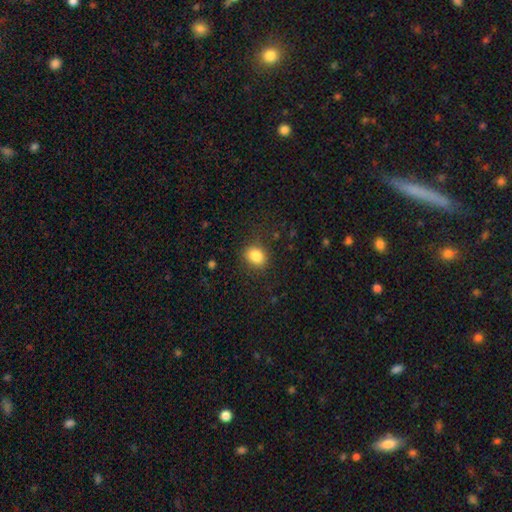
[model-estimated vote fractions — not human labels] Overall: smooth (85%). How rounded: round (51%; in between 48%). Merging: none (84%).